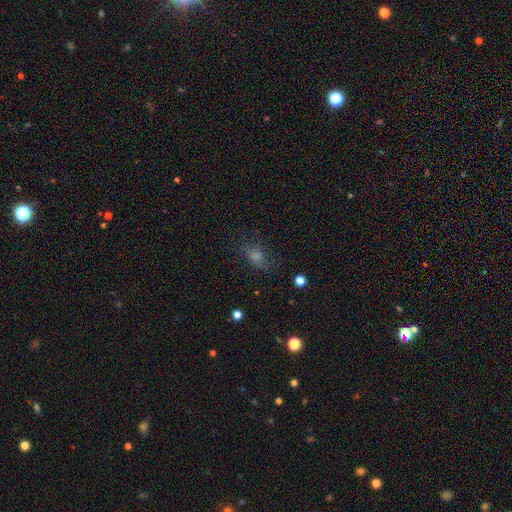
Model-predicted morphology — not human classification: A smooth galaxy with no disk features (53%) that is in between round and cigar-shaped (68%). Merging: none (68%).